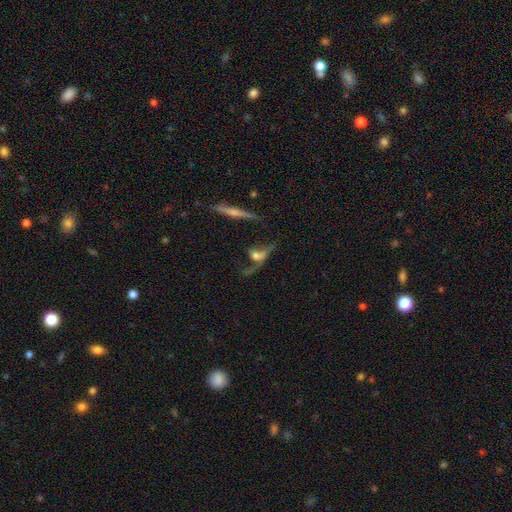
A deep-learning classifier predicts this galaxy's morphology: type=featured or disk (56%); edge-on=no (55%); merging=none (34%).